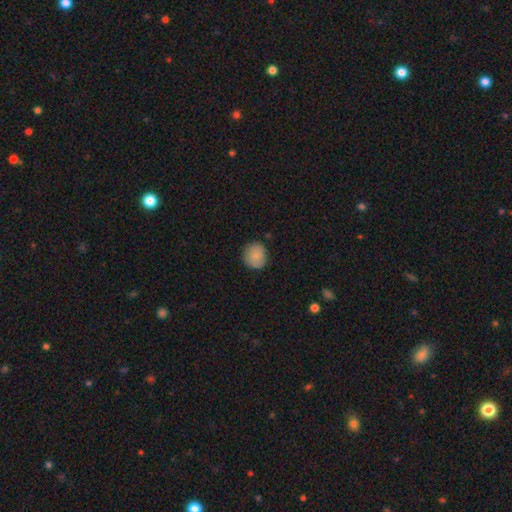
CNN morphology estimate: Smooth or featured: smooth — 82% (featured or disk — 10%)
How rounded: round — 84% (in between — 15%)
Merging: none — 81% (minor disturbance — 15%)